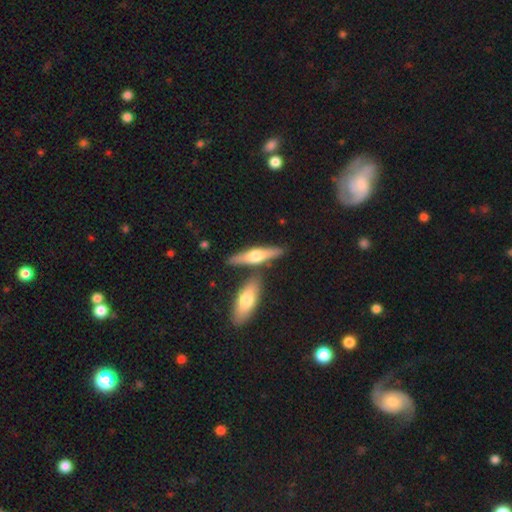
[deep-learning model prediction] smooth-or-featured: featured or disk: 54% | smooth: 41% | star or artifact: 5%
  disk-edge-on: yes: 92% | no: 8%
  merging: none: 75% | merger: 13% | minor disturbance: 10% | major disturbance: 2%